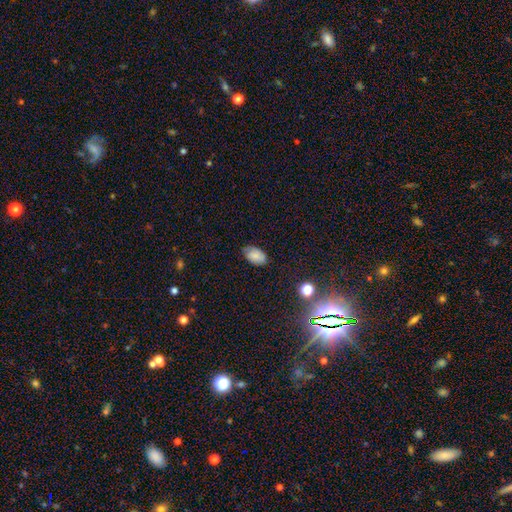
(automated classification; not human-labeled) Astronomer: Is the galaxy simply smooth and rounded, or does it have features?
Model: smooth — 75%.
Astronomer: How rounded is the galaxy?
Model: in between — 90%.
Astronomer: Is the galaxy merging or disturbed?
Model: none — 71%.